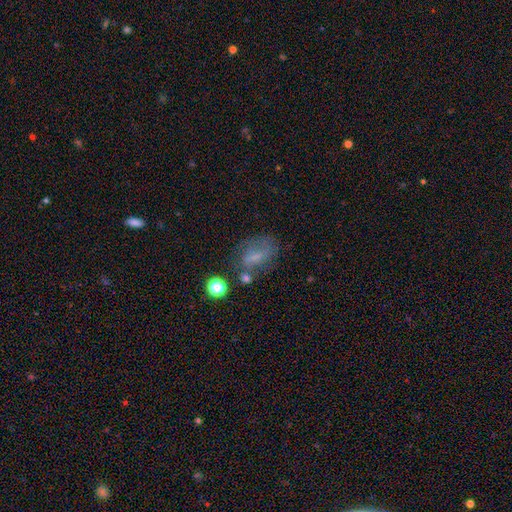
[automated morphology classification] smooth-or-featured: smooth: 49% | featured or disk: 36% | star or artifact: 15%
  merging: none: 47% | minor disturbance: 24% | major disturbance: 18% | merger: 11%